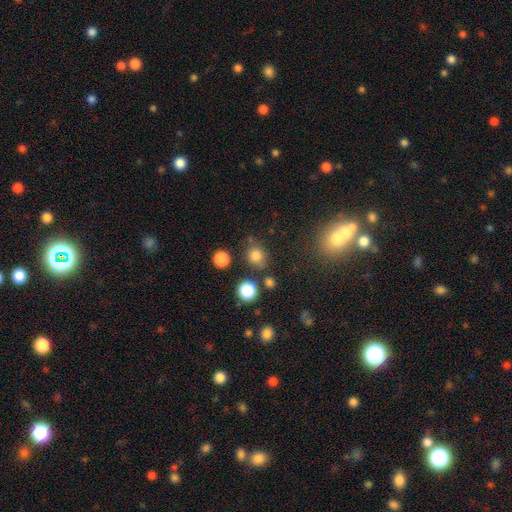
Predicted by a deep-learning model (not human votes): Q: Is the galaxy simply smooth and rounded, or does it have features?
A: smooth — 79%.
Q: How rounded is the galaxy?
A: round — 78%.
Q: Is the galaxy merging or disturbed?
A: none — 73%.